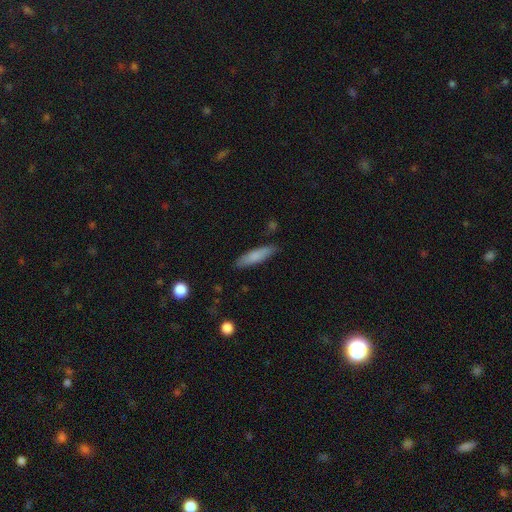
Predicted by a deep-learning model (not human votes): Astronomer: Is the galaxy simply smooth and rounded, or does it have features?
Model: smooth — 78%.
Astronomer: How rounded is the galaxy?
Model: cigar-shaped — 76%.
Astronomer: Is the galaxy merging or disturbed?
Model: none — 86%.